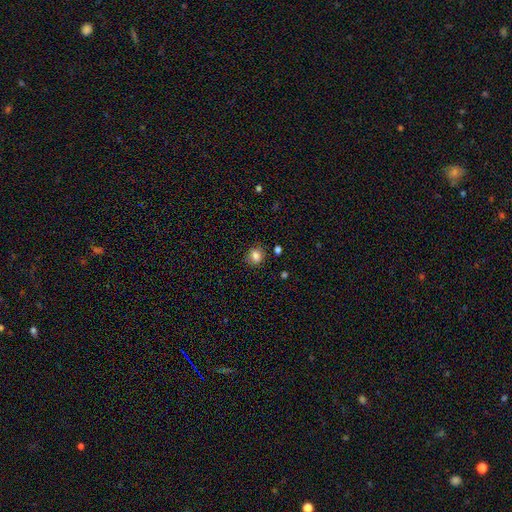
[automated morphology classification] A smooth galaxy with no disk features (80%) that is round (67%).

Vote fractions:
- Smooth or featured? smooth: 80% / star or artifact: 11% / featured or disk: 9%
- How rounded? round: 67% / in between: 32% / cigar-shaped: 1%
- Merging? none: 80% / minor disturbance: 14% / major disturbance: 4% / merger: 2%